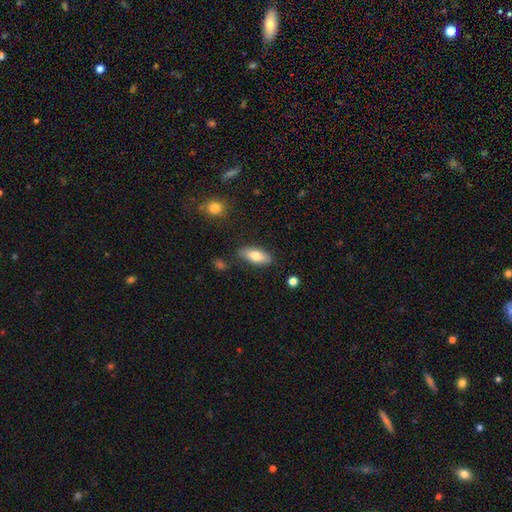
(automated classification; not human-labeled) smooth 76%, featured or disk 18%, star or artifact 6%. Down the decision tree: how rounded — in between (80%); merging — none (82%).